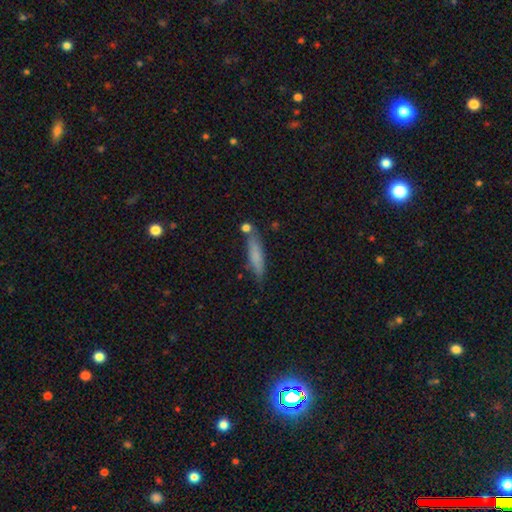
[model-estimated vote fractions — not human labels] Smooth or featured?
  - smooth: 72% *
  - featured or disk: 21%
  - star or artifact: 7%
How rounded?
  - cigar-shaped: 83% *
  - in between: 16%
  - round: 2%
Merging?
  - none: 72% *
  - minor disturbance: 16%
  - merger: 8%
  - major disturbance: 4%